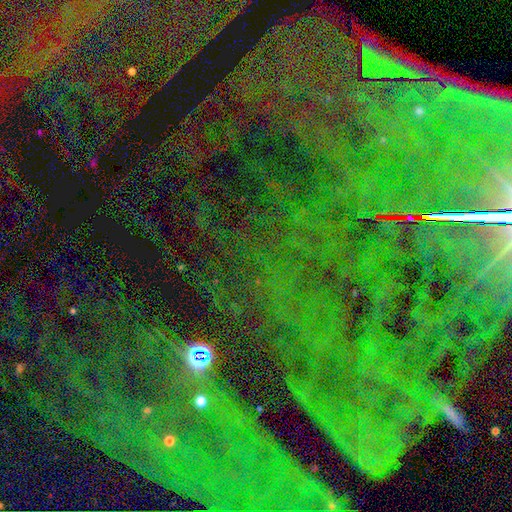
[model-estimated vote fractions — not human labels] Q: Smooth or featured?
A: star or artifact (85%); runner-up: featured or disk (8%)